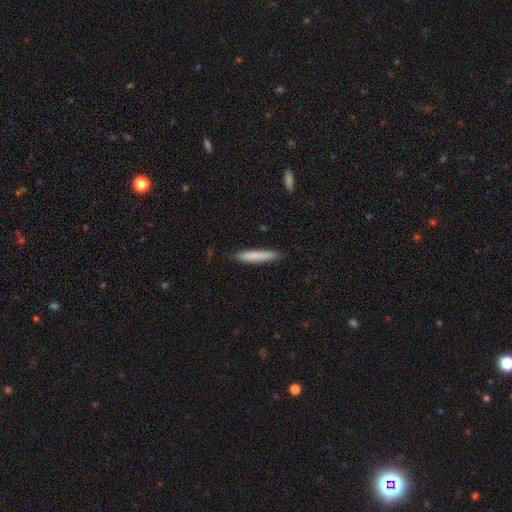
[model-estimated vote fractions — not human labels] Smooth or featured? smooth (79%)
How rounded? cigar-shaped (93%)
Merging? none (86%)